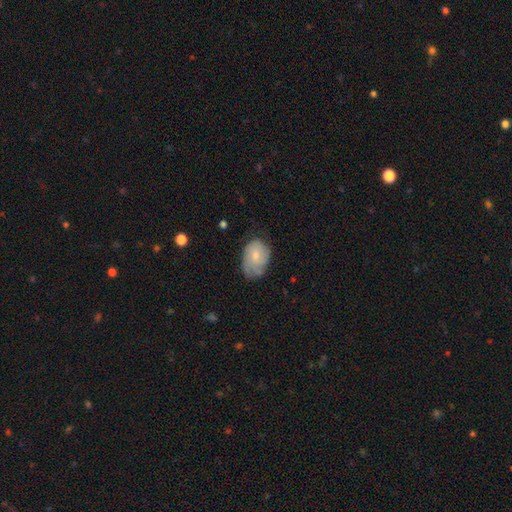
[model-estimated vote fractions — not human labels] Smooth or featured? Predicted: featured or disk (p=0.47). Merging? Predicted: none (p=0.53).